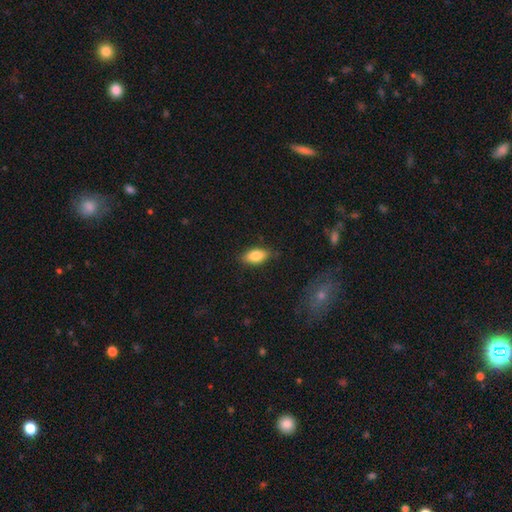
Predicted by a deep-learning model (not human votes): Overall: smooth (80%). How rounded: in between (87%). Merging: none (82%).